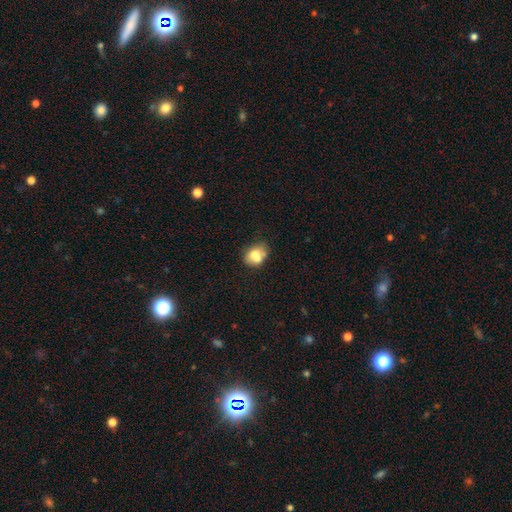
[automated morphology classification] This is likely a smooth galaxy (69%). How rounded: possibly in between (52%). Merging: marginally none (42%).